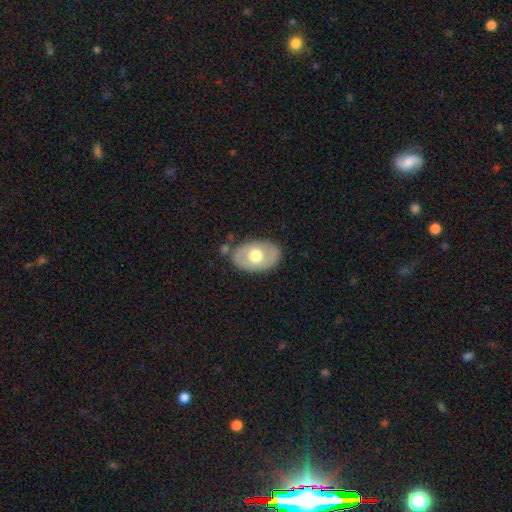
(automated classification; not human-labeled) A smooth galaxy with no disk features (50%). Merging: none (76%).